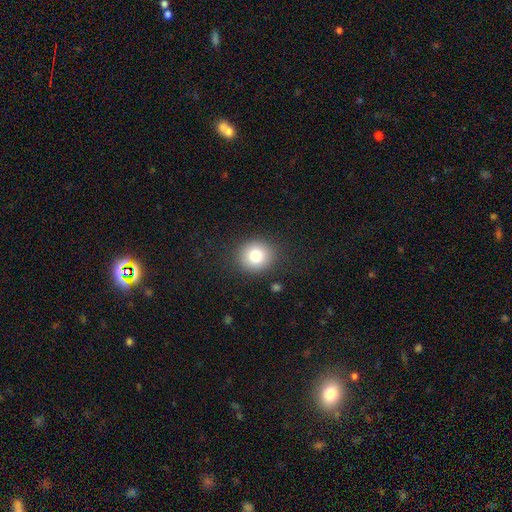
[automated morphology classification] A smooth galaxy with no disk features (81%) that is round (85%).

Vote fractions:
- Smooth or featured? smooth: 81% / star or artifact: 11% / featured or disk: 9%
- How rounded? round: 85% / in between: 14% / cigar-shaped: 1%
- Merging? none: 88% / minor disturbance: 8% / major disturbance: 3% / merger: 1%